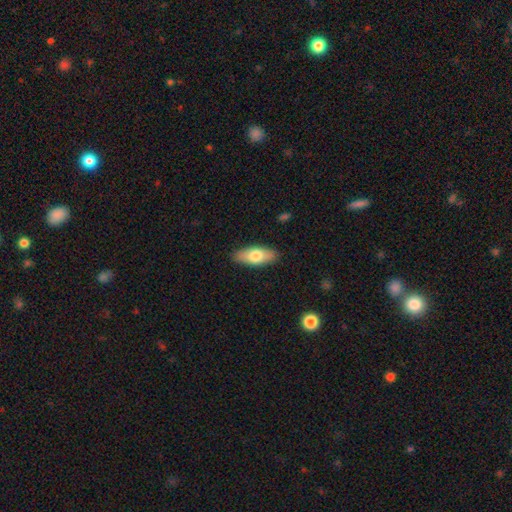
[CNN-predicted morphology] A smooth galaxy with no disk features (71%) that is in between round and cigar-shaped (78%). Merging: none (88%).